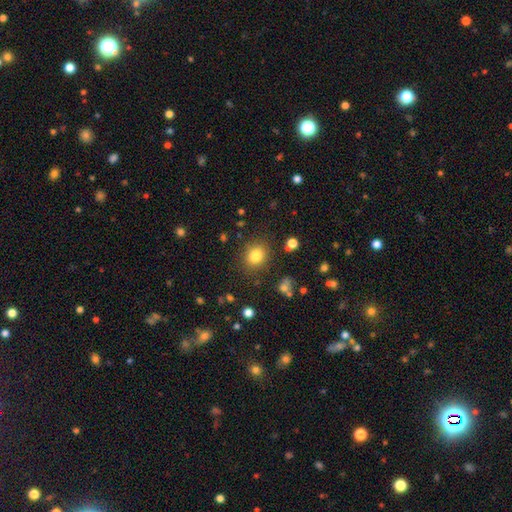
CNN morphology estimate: This is clearly a smooth galaxy (81%). How rounded: likely round (67%). Merging: clearly none (84%).